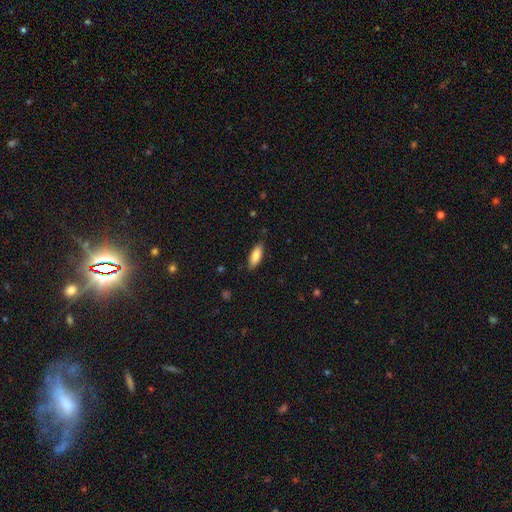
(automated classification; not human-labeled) A smooth galaxy with no disk features (83%) that is in between round and cigar-shaped (71%). Merging: none (84%).